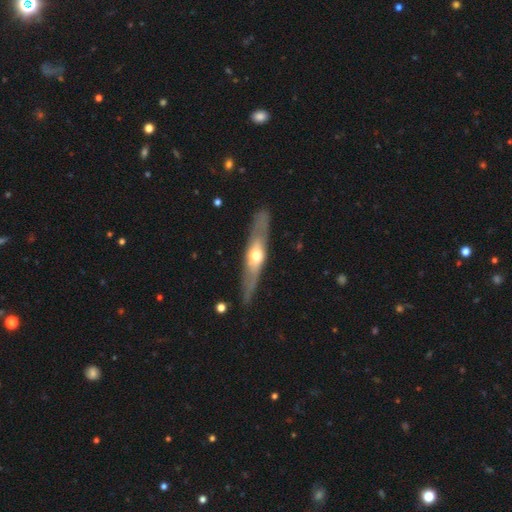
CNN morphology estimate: featured or disk 64%, smooth 31%, star or artifact 5%. Down the decision tree: edge-on disk — yes (78%); edge-on bulge — rounded (89%); merging — none (81%).